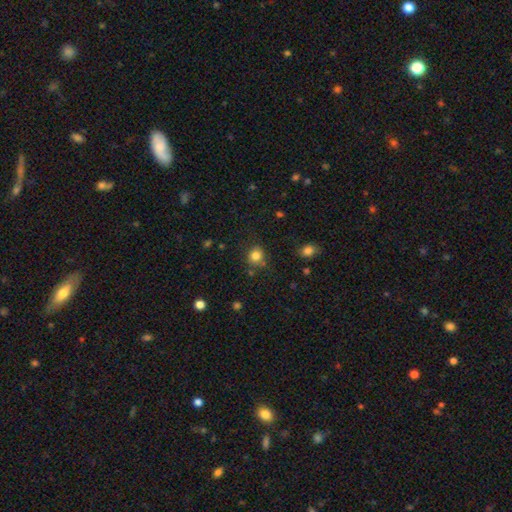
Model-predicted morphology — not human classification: A smooth galaxy with no disk features (82%) that is round (81%).

Vote fractions:
- Smooth or featured? smooth: 82% / star or artifact: 13% / featured or disk: 5%
- How rounded? round: 81% / in between: 18% / cigar-shaped: 1%
- Merging? none: 77% / minor disturbance: 13% / merger: 6% / major disturbance: 4%